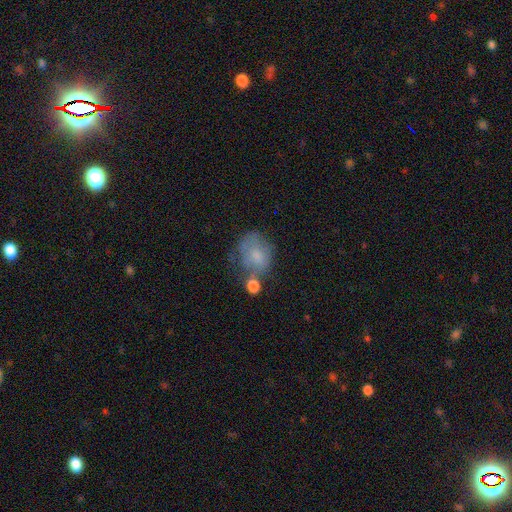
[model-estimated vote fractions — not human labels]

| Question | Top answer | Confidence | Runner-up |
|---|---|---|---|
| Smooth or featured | smooth | 65% | featured or disk (24%) |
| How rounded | round | 51% | in between (48%) |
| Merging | none | 38% | minor disturbance (26%) |